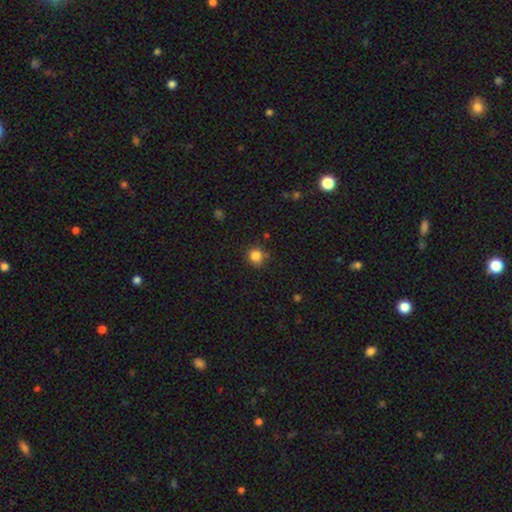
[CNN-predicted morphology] Q: Smooth or featured?
A: smooth (83%); runner-up: star or artifact (12%)
Q: How rounded?
A: round (88%); runner-up: in between (12%)
Q: Merging?
A: none (75%); runner-up: minor disturbance (18%)